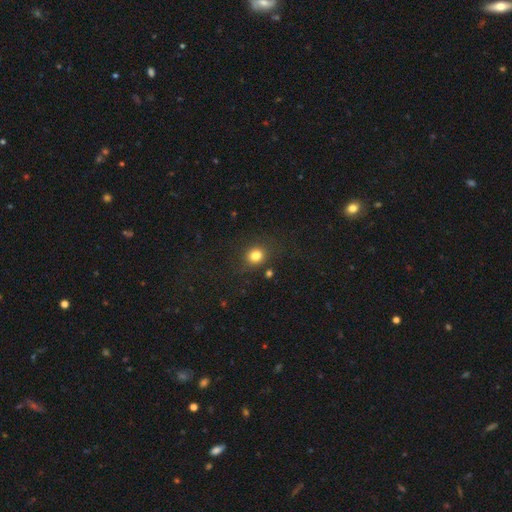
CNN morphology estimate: Smooth or featured: smooth — 81% (star or artifact — 13%)
How rounded: round — 70% (in between — 29%)
Merging: none — 79% (minor disturbance — 13%)